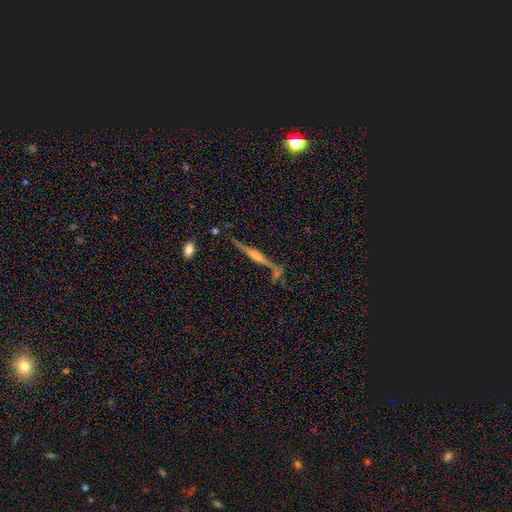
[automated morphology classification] Q: Smooth or featured?
A: featured or disk (78%); runner-up: smooth (14%)
Q: Edge-on disk?
A: yes (96%); runner-up: no (4%)
Q: Edge-on bulge?
A: rounded (65%); runner-up: boxy (20%)
Q: Merging?
A: none (74%); runner-up: minor disturbance (14%)